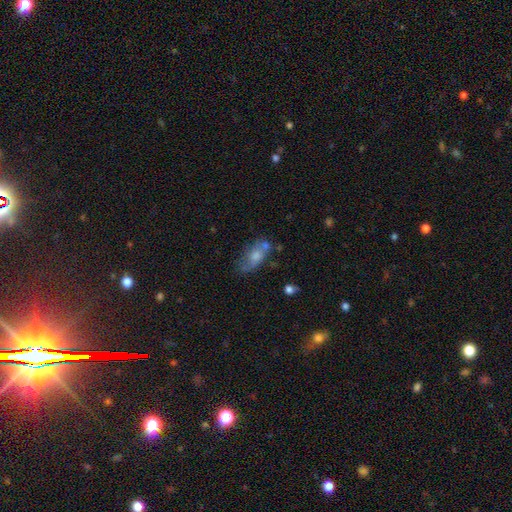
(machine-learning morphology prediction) smooth_or_featured: smooth (p=0.51) [alt: featured or disk p=0.38]
how_rounded: in between (p=0.77) [alt: cigar-shaped p=0.17]
merging: none (p=0.51) [alt: minor disturbance p=0.25]